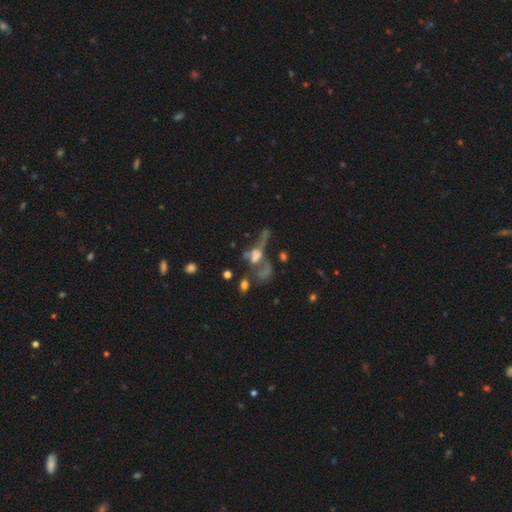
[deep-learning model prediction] Q: Smooth or featured?
A: featured or disk (44%); runner-up: smooth (33%)
Q: Merging?
A: merger (37%); runner-up: major disturbance (35%)